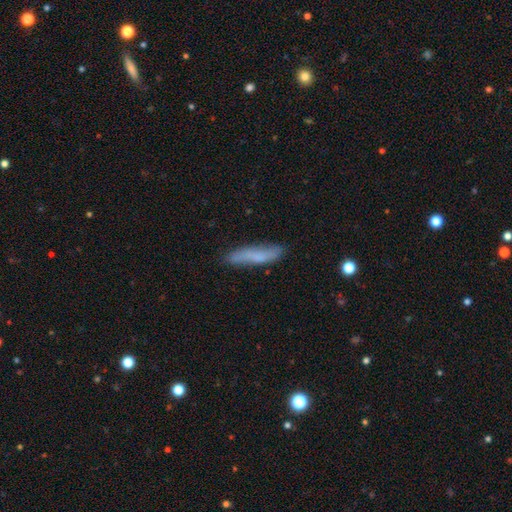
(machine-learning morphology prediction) smooth 65%, featured or disk 28%, star or artifact 7%. Down the decision tree: how rounded — cigar-shaped (85%); merging — none (78%).